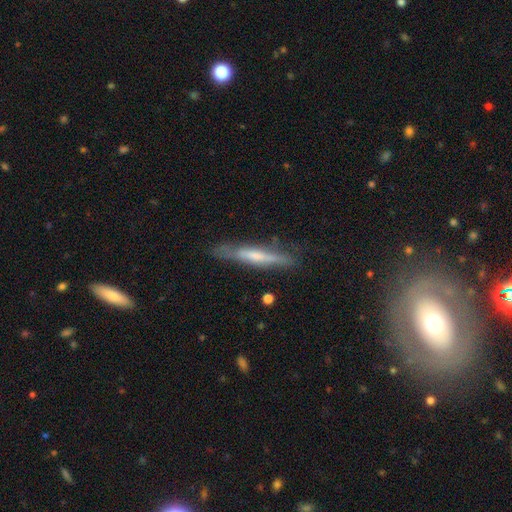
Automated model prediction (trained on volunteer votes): Smooth or featured?
  - featured or disk: 53% *
  - smooth: 41%
  - star or artifact: 6%
Edge-on disk?
  - yes: 88% *
  - no: 12%
Merging?
  - none: 75% *
  - minor disturbance: 18%
  - major disturbance: 5%
  - merger: 2%